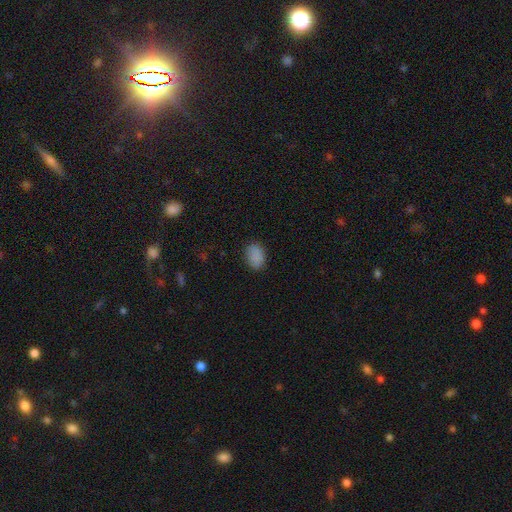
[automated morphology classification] Smooth or featured?
  - smooth: 87% *
  - star or artifact: 10%
  - featured or disk: 3%
How rounded?
  - in between: 84% *
  - round: 15%
  - cigar-shaped: 1%
Merging?
  - none: 85% *
  - minor disturbance: 11%
  - major disturbance: 3%
  - merger: 1%